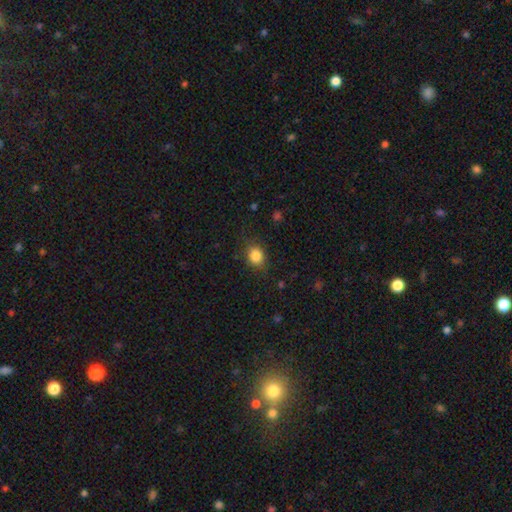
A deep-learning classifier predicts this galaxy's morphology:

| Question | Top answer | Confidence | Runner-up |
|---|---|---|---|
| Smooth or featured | smooth | 85% | star or artifact (10%) |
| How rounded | round | 62% | in between (37%) |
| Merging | none | 81% | minor disturbance (14%) |